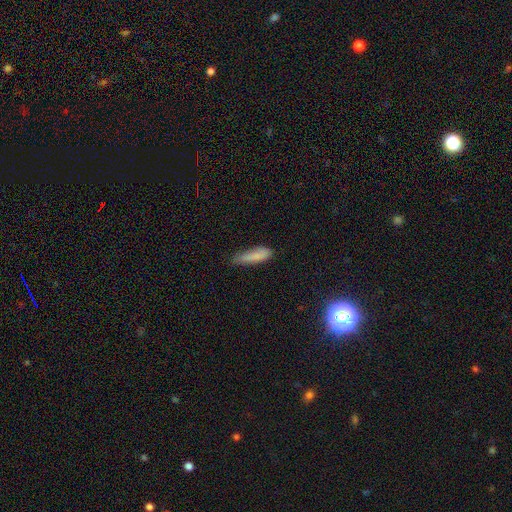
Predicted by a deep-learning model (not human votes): Smooth or featured?
  - smooth: 81% *
  - featured or disk: 11%
  - star or artifact: 8%
How rounded?
  - cigar-shaped: 66% *
  - in between: 32%
  - round: 2%
Merging?
  - none: 55% *
  - minor disturbance: 34%
  - major disturbance: 8%
  - merger: 2%